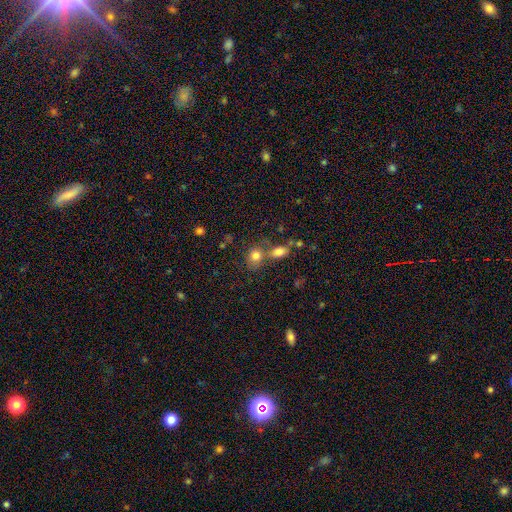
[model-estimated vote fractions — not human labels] Smooth or featured? smooth (80%)
How rounded? round (57%)
Merging? none (46%)